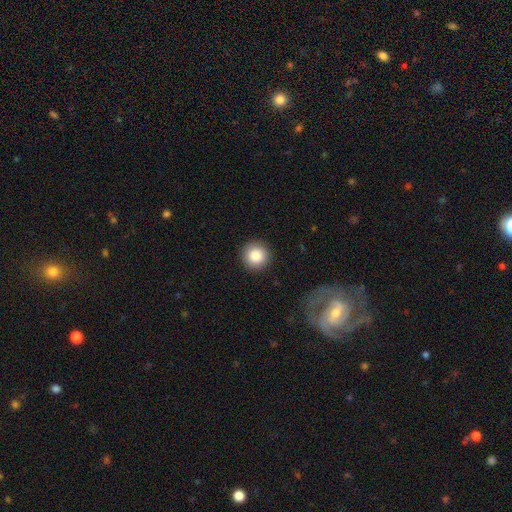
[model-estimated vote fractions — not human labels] Smooth or featured: smooth — 86% (star or artifact — 9%)
How rounded: round — 95% (in between — 4%)
Merging: none — 91% (minor disturbance — 6%)